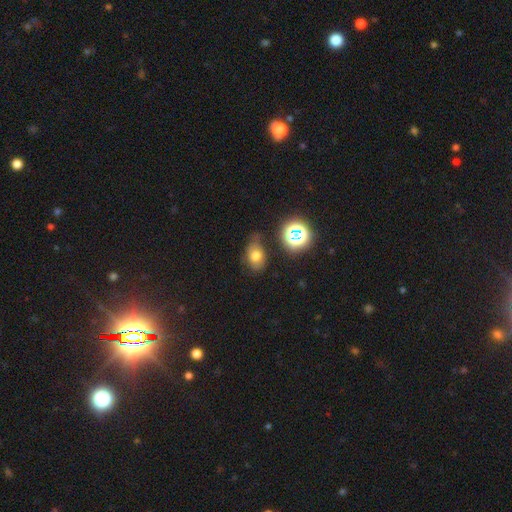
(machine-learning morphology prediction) Smooth or featured?
  - smooth: 67% *
  - star or artifact: 19%
  - featured or disk: 15%
How rounded?
  - in between: 72% *
  - round: 26%
  - cigar-shaped: 1%
Merging?
  - none: 57% *
  - minor disturbance: 28%
  - major disturbance: 9%
  - merger: 5%